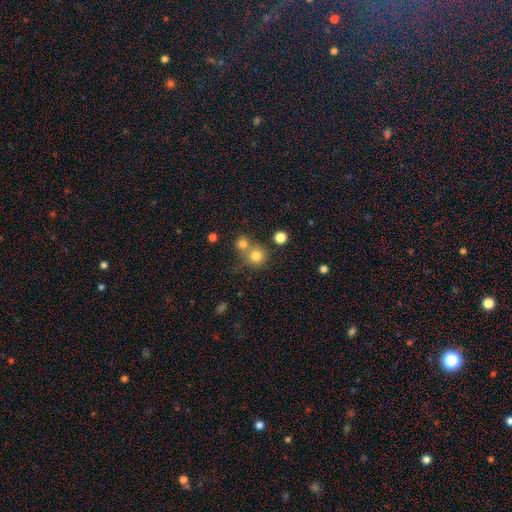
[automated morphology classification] A smooth galaxy with no disk features (77%) that is round (90%). Merging: none (55%).